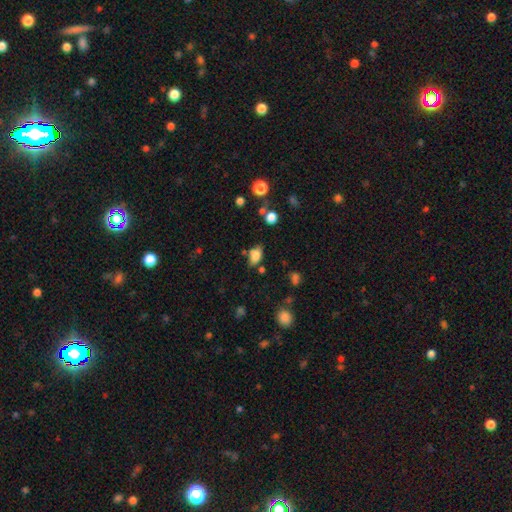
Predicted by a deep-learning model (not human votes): This is likely a smooth galaxy (76%). How rounded: clearly in between (83%). Merging: likely none (61%).